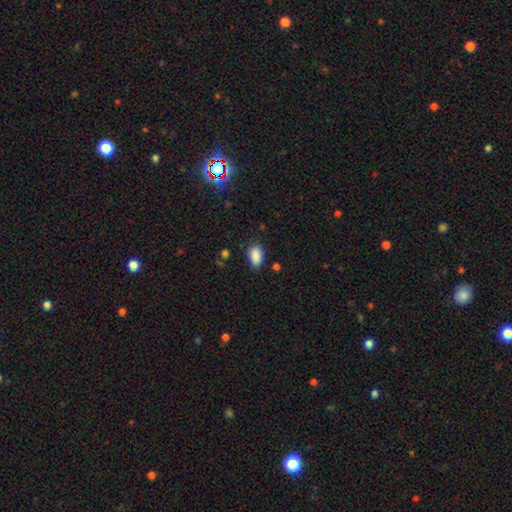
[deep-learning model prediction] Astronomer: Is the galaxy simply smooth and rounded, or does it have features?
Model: smooth — 88%.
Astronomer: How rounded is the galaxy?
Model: in between — 91%.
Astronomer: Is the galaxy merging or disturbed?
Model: none — 77%.